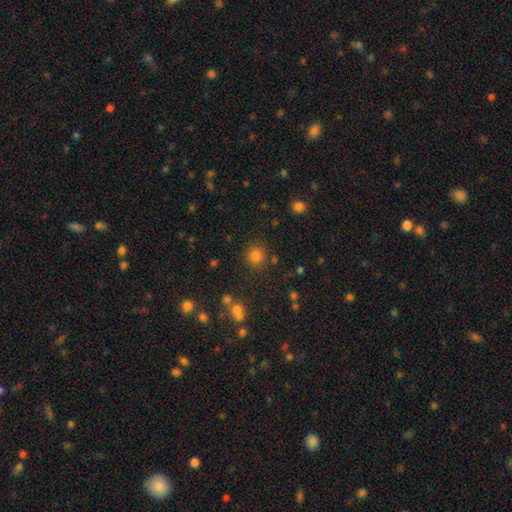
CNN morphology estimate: Smooth or featured? Predicted: smooth (p=0.80). How rounded? Predicted: round (p=0.90). Merging? Predicted: none (p=0.85).